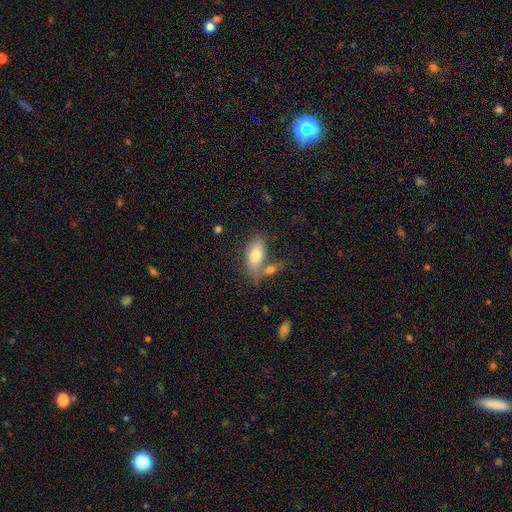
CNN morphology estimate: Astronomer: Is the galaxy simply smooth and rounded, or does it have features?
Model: smooth — 75%.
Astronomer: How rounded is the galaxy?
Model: in between — 86%.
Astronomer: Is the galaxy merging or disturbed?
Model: none — 51% (runner-up: merger, 27%).